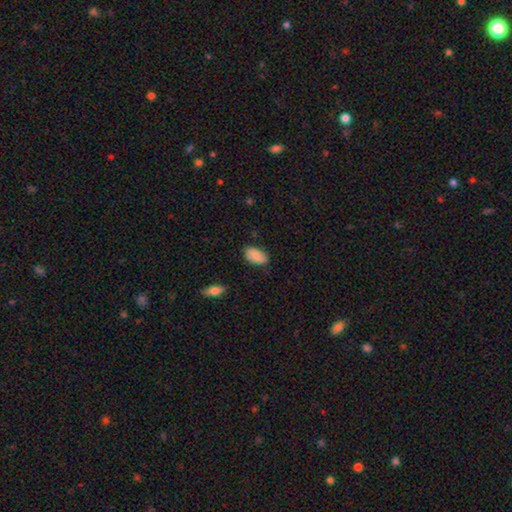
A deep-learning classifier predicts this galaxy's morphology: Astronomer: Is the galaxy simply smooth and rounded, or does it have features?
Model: smooth — 85%.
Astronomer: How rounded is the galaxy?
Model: in between — 94%.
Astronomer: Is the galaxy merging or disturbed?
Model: none — 81%.